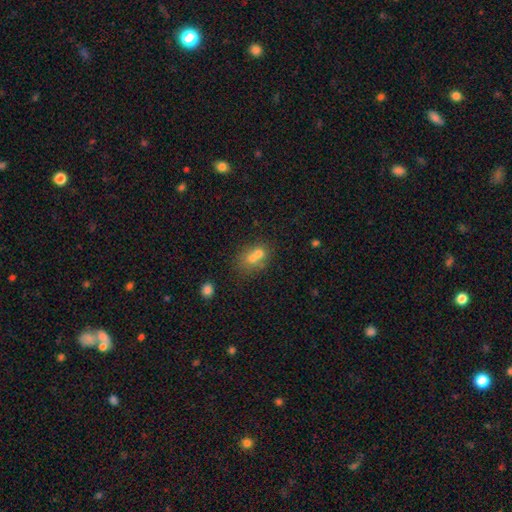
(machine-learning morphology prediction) Smooth or featured: smooth — 65% (featured or disk — 21%)
How rounded: round — 52% (in between — 47%)
Merging: merger — 61% (none — 26%)